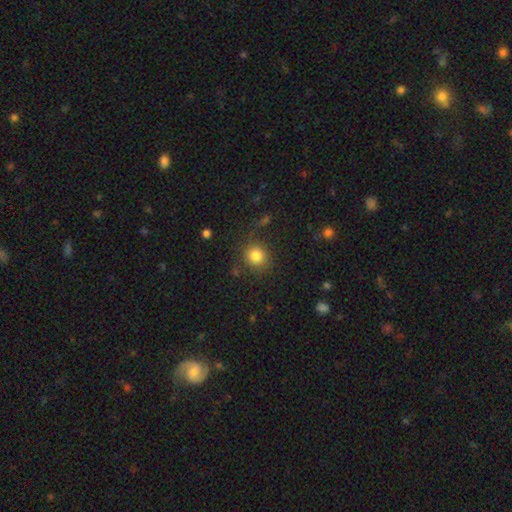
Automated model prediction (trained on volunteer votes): Q: Smooth or featured?
A: smooth (82%); runner-up: star or artifact (12%)
Q: How rounded?
A: round (86%); runner-up: in between (13%)
Q: Merging?
A: none (82%); runner-up: minor disturbance (11%)